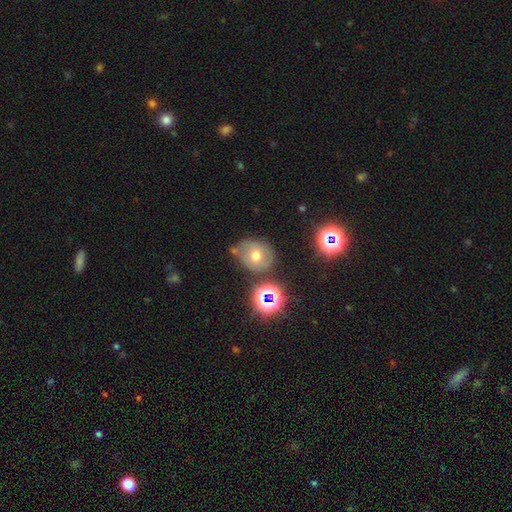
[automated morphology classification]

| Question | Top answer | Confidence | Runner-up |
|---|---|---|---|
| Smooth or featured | smooth | 56% | featured or disk (24%) |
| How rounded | round | 70% | in between (29%) |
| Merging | none | 62% | minor disturbance (19%) |